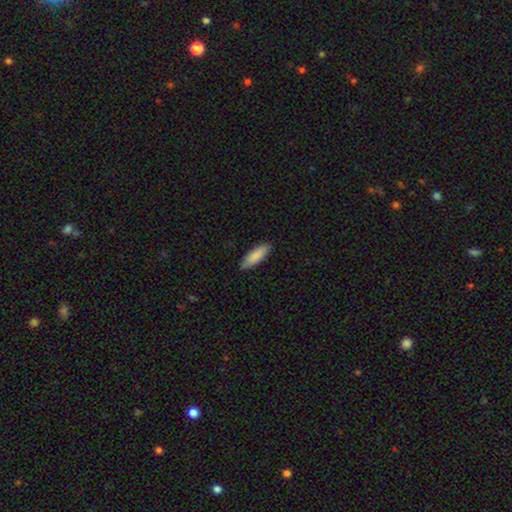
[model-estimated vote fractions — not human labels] Q: Smooth or featured?
A: smooth (88%); runner-up: featured or disk (7%)
Q: How rounded?
A: in between (49%); tied with: cigar-shaped (49%)
Q: Merging?
A: none (88%); runner-up: minor disturbance (9%)